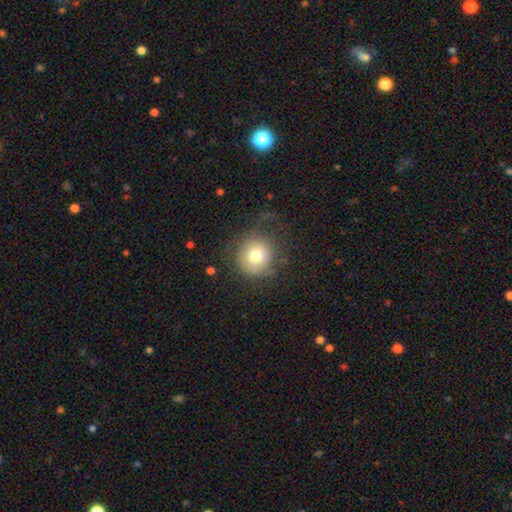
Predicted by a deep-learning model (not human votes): smooth 72%, featured or disk 18%, star or artifact 11%. Down the decision tree: how rounded — round (92%); merging — none (65%).